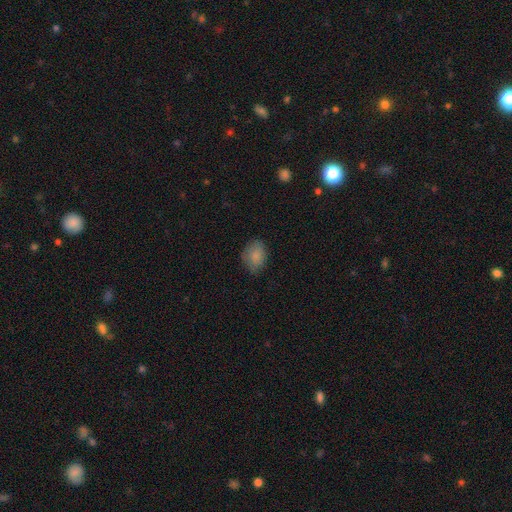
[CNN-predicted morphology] This is clearly a smooth galaxy (85%). How rounded: likely in between (71%). Merging: likely none (73%).